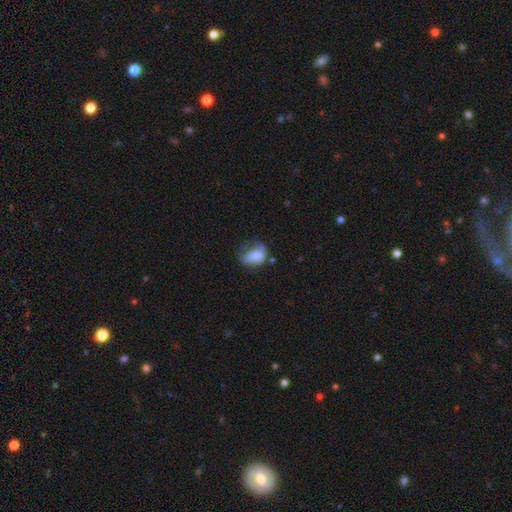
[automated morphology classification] A smooth galaxy with no disk features (73%) that is in between round and cigar-shaped (78%). Merging: minor disturbance (34%).